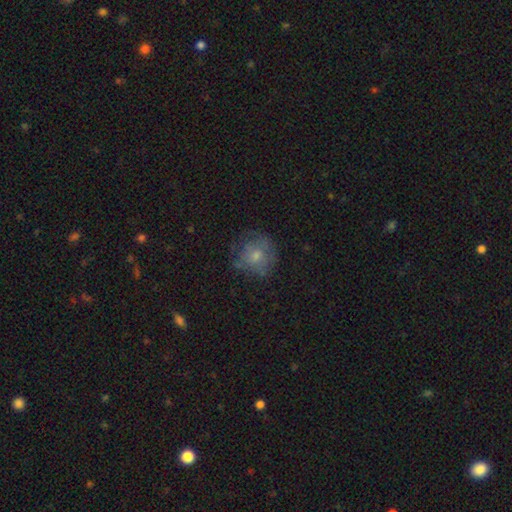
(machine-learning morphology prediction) Smooth or featured: smooth — 56% (featured or disk — 31%)
How rounded: round — 84% (in between — 15%)
Merging: none — 66% (minor disturbance — 21%)